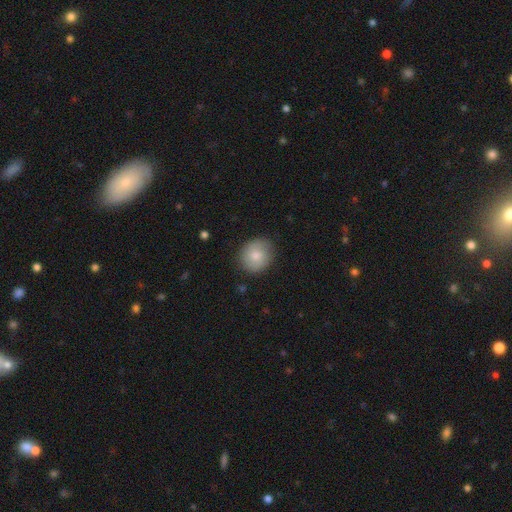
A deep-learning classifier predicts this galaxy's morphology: Q: Smooth or featured?
A: smooth (77%); runner-up: featured or disk (16%)
Q: How rounded?
A: round (82%); runner-up: in between (17%)
Q: Merging?
A: none (83%); runner-up: minor disturbance (13%)